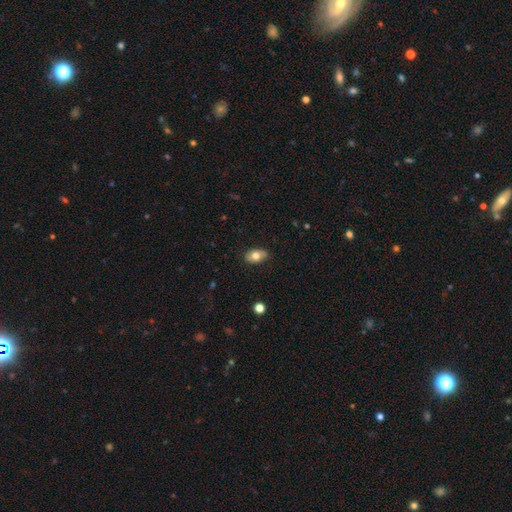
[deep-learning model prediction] Morphology: type=smooth (75%); roundness=in between (89%); merging=none (84%).